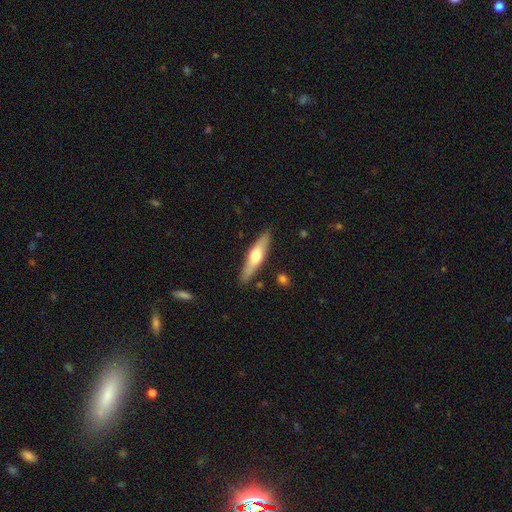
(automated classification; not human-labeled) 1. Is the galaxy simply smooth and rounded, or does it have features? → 49% smooth, 46% featured or disk, 5% star or artifact.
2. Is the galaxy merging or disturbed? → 87% none, 10% minor disturbance, 2% major disturbance, 2% merger.